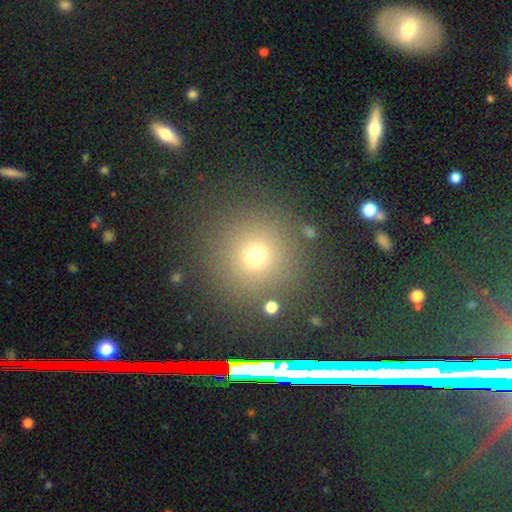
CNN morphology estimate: smooth-or-featured: smooth: 67% | star or artifact: 25% | featured or disk: 9%
  how-rounded: round: 94% | in between: 5% | cigar-shaped: 1%
  merging: none: 87% | minor disturbance: 7% | major disturbance: 4% | merger: 3%